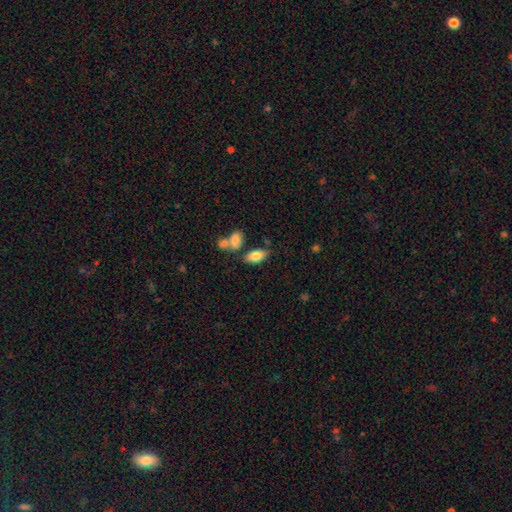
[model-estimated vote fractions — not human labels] smooth 82%, featured or disk 11%, star or artifact 7%. Down the decision tree: how rounded — in between (92%); merging — none (68%).